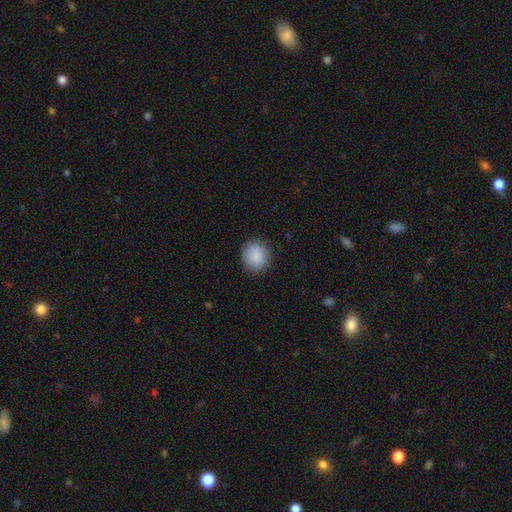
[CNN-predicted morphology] Smooth or featured?
  - smooth: 87% *
  - star or artifact: 7%
  - featured or disk: 5%
How rounded?
  - round: 74% *
  - in between: 25%
  - cigar-shaped: 1%
Merging?
  - none: 84% *
  - minor disturbance: 12%
  - major disturbance: 3%
  - merger: 1%